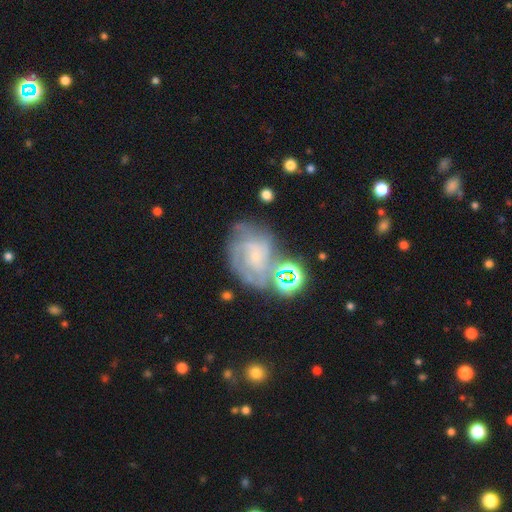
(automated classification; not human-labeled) Smooth or featured? featured or disk (72%)
Edge-on disk? no (97%)
Bar? no (61%)
Spiral arms? yes (89%)
Spiral winding? tight (49%)
Spiral arm count? can't tell (39%)
Bulge size? small (69%)
Merging? none (53%)